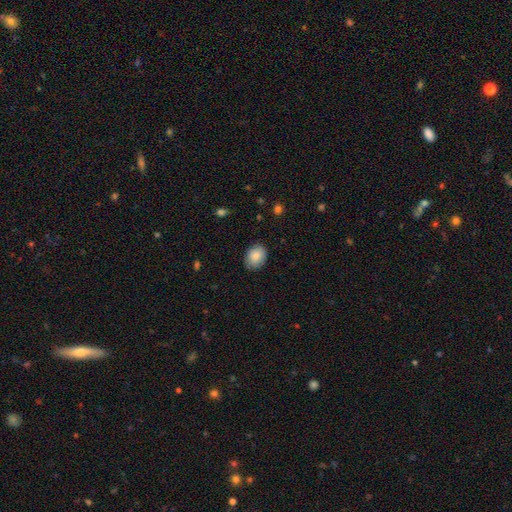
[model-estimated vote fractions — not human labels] Smooth or featured?
  - smooth: 86% *
  - star or artifact: 7%
  - featured or disk: 7%
How rounded?
  - in between: 66% *
  - round: 33%
  - cigar-shaped: 1%
Merging?
  - none: 83% *
  - minor disturbance: 13%
  - major disturbance: 3%
  - merger: 1%